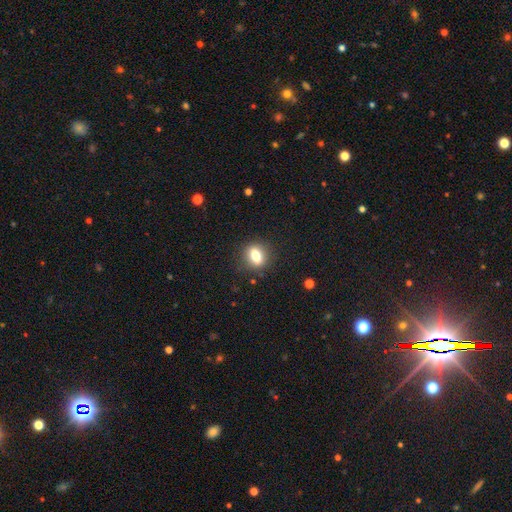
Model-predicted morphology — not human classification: smooth_or_featured: smooth (p=0.77) [alt: featured or disk p=0.13]
how_rounded: in between (p=0.53) [alt: round p=0.43]
merging: none (p=0.87) [alt: minor disturbance p=0.09]